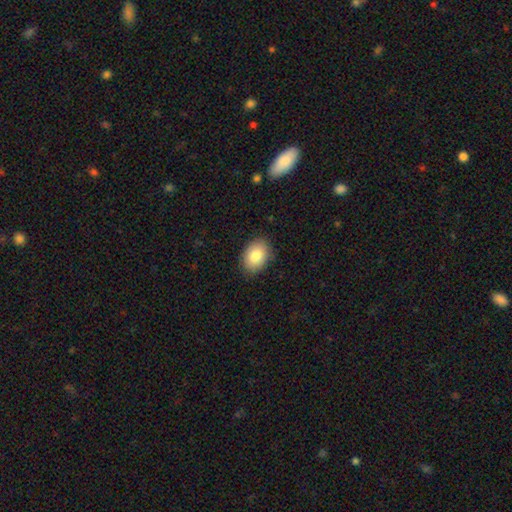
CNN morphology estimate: This appears to be a smooth galaxy with no disk features (84%) that is in between round and cigar-shaped (75%). Merging: none (87%).